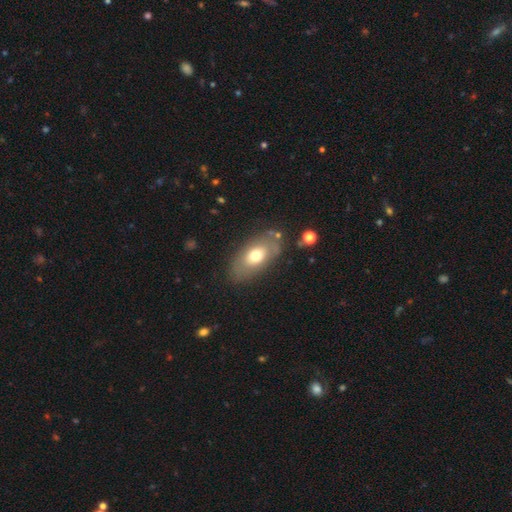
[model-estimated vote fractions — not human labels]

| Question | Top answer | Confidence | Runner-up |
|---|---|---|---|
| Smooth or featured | smooth | 64% | featured or disk (28%) |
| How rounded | in between | 88% | round (7%) |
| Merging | none | 76% | minor disturbance (15%) |